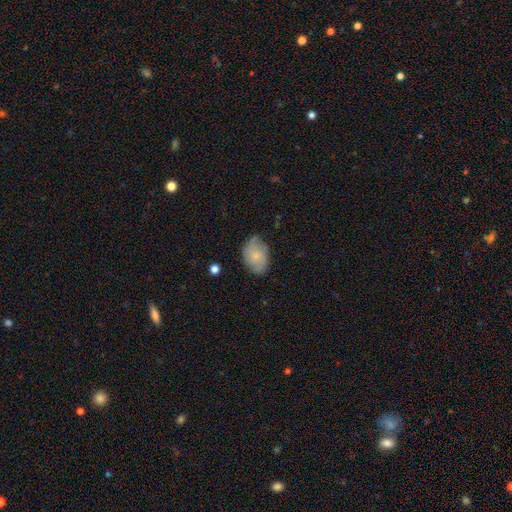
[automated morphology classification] smooth 66%, featured or disk 26%, star or artifact 7%. Down the decision tree: how rounded — in between (81%); merging — none (73%).